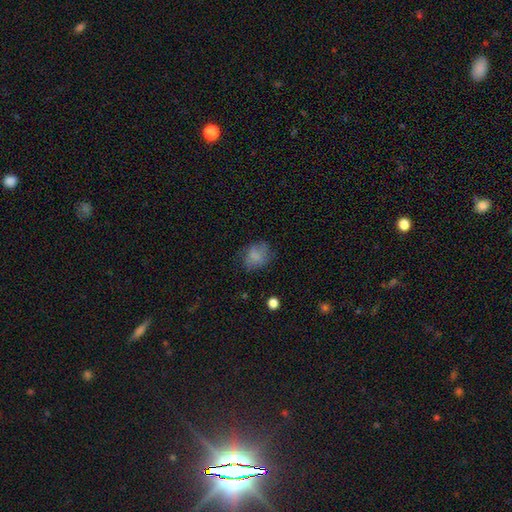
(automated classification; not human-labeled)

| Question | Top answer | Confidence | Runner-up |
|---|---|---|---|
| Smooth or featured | smooth | 74% | featured or disk (14%) |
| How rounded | round | 53% | in between (46%) |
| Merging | none | 62% | minor disturbance (24%) |